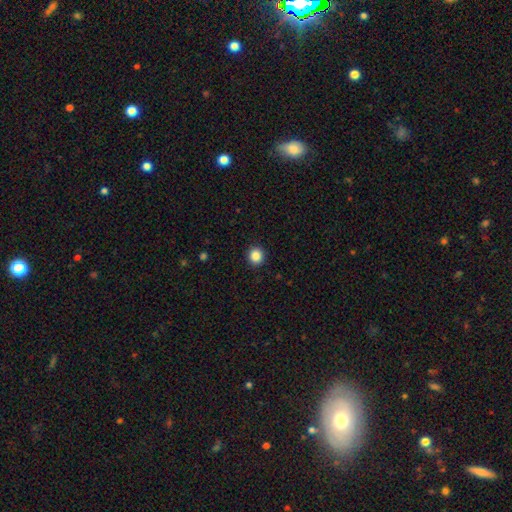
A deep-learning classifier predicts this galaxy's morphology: This appears to be a smooth galaxy with no disk features (87%) that is round (92%). Merging: none (92%).